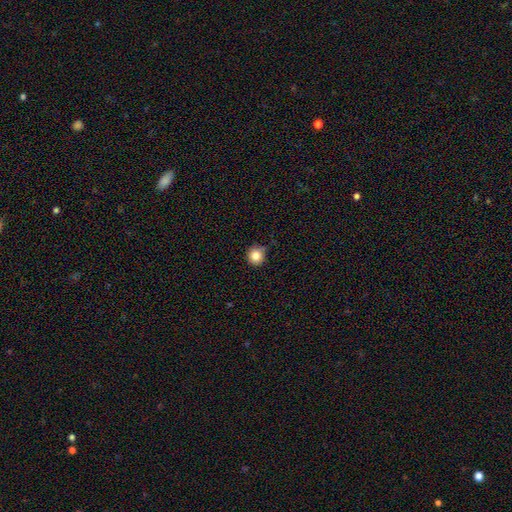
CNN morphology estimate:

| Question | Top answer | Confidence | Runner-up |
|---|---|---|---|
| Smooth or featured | smooth | 84% | star or artifact (11%) |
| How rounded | round | 93% | in between (6%) |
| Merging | none | 81% | minor disturbance (15%) |